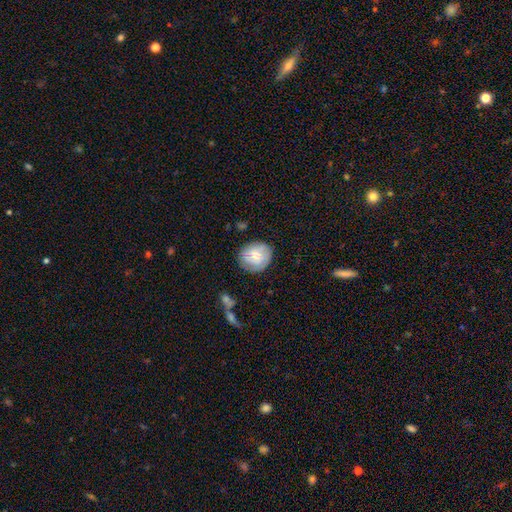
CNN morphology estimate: A smooth galaxy with no disk features (56%) that is round (78%). Merging: none (74%).